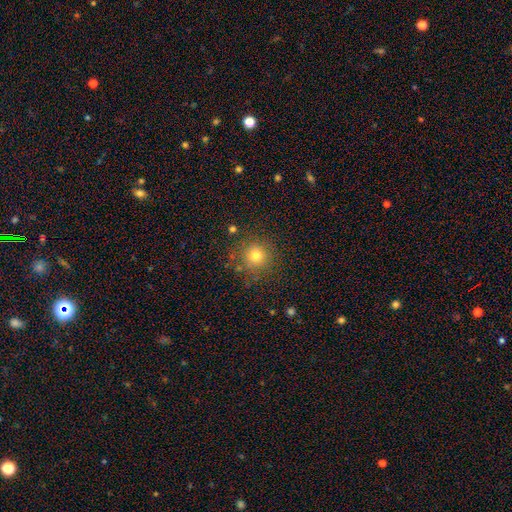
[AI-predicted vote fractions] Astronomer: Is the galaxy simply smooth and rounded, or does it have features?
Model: smooth — 77%.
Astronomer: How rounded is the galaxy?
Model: round — 94%.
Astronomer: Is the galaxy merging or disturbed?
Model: none — 83%.